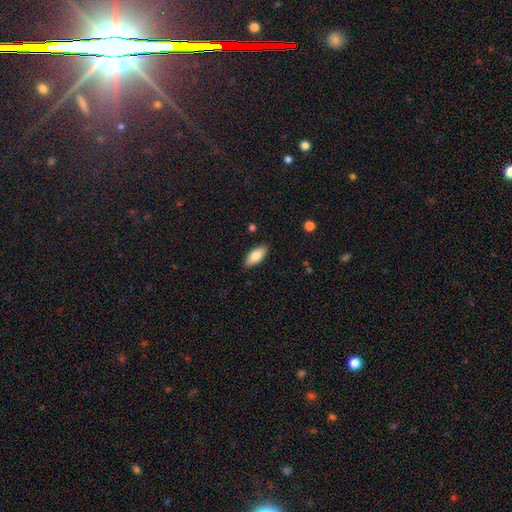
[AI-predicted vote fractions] This appears to be a smooth galaxy with no disk features (81%) that is in between round and cigar-shaped (84%). Merging: none (88%).